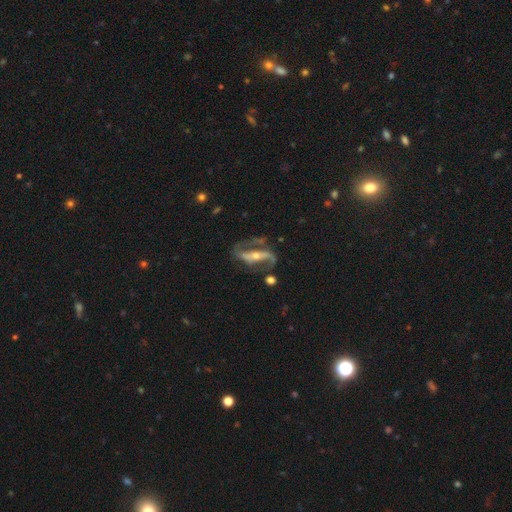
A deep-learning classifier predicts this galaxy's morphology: Smooth or featured: featured or disk — 88% (smooth — 7%)
Edge-on disk: no — 89% (yes — 11%)
Bar: strong — 65% (weak — 19%)
Spiral arms: yes — 93% (no — 7%)
Spiral winding: medium — 43% (loose — 40%)
Spiral arm count: 2 — 90% (1 — 4%)
Bulge size: small — 55% (moderate — 40%)
Merging: none — 65% (minor disturbance — 16%)